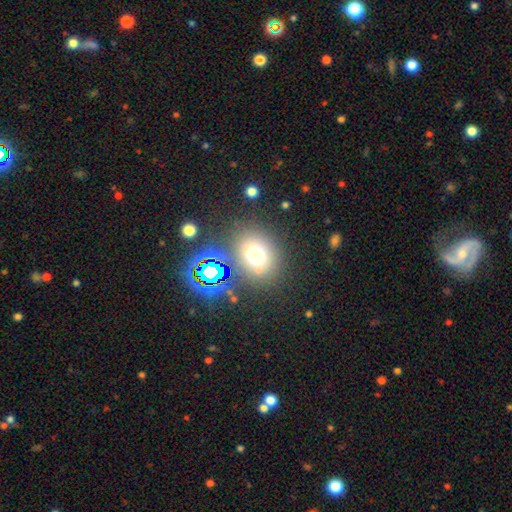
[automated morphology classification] smooth 63%, star or artifact 25%, featured or disk 12%. Down the decision tree: how rounded — round (65%); merging — none (77%).